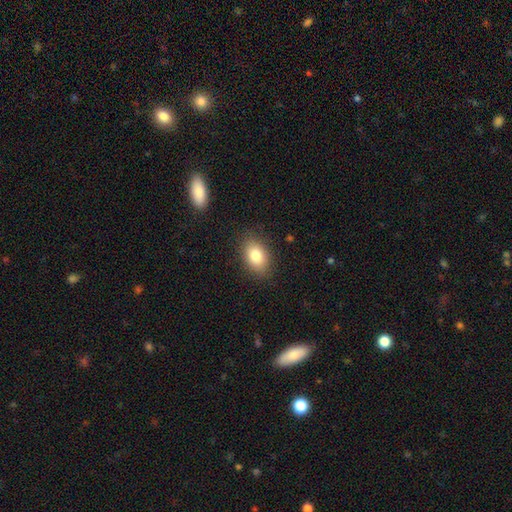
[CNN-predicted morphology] type=smooth (81%); roundness=in between (86%); merging=none (85%).